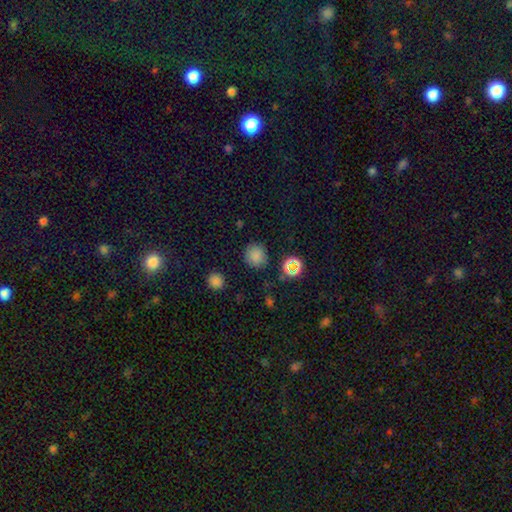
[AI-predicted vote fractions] A smooth galaxy with no disk features (81%) that is round (92%).

Vote fractions:
- Smooth or featured? smooth: 81% / star or artifact: 15% / featured or disk: 4%
- How rounded? round: 92% / in between: 7% / cigar-shaped: 1%
- Merging? none: 86% / minor disturbance: 9% / major disturbance: 3% / merger: 2%